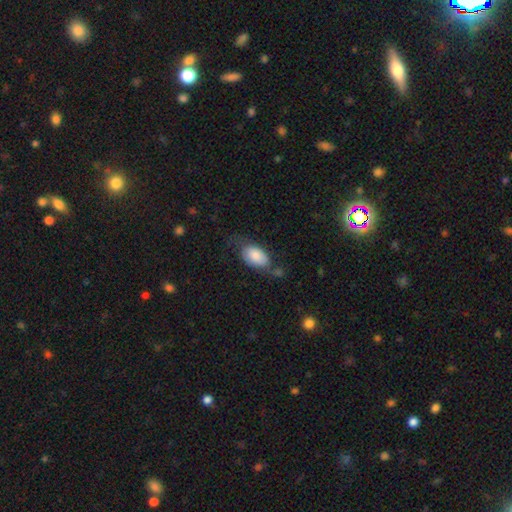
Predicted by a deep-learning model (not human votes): Smooth or featured: smooth — 80% (featured or disk — 14%)
How rounded: in between — 92% (round — 5%)
Merging: none — 42% (minor disturbance — 31%)